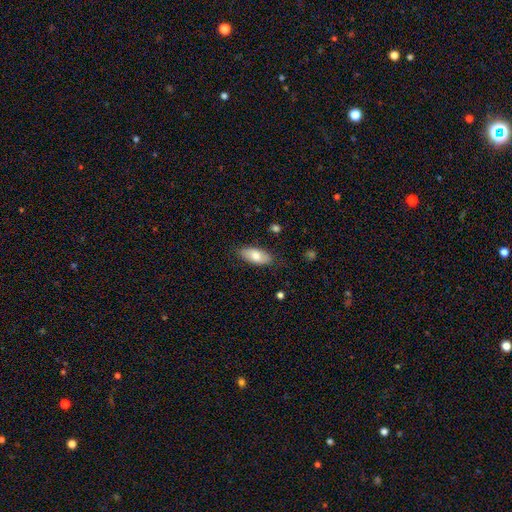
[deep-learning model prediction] Smooth or featured? smooth (78%)
How rounded? in between (88%)
Merging? none (82%)